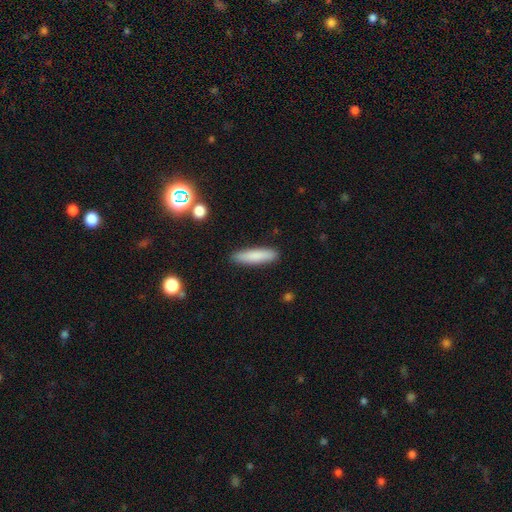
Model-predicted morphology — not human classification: smooth 83%, featured or disk 10%, star or artifact 6%. Down the decision tree: how rounded — cigar-shaped (78%); merging — none (90%).